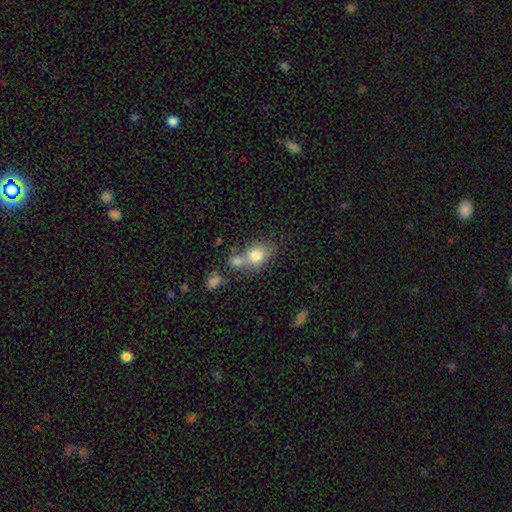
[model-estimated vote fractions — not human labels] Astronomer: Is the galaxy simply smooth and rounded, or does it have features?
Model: smooth — 78%.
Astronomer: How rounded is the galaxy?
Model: in between — 50% (runner-up: round, 49%).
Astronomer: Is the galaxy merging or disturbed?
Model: merger — 44% (runner-up: none, 38%).